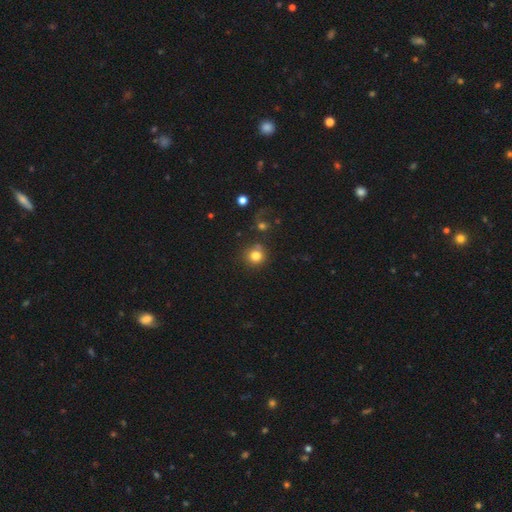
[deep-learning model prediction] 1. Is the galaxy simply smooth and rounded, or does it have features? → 80% smooth, 13% star or artifact, 7% featured or disk.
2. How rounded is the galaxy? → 91% round, 8% in between, 1% cigar-shaped.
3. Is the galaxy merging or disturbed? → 73% none, 11% minor disturbance, 10% merger, 5% major disturbance.